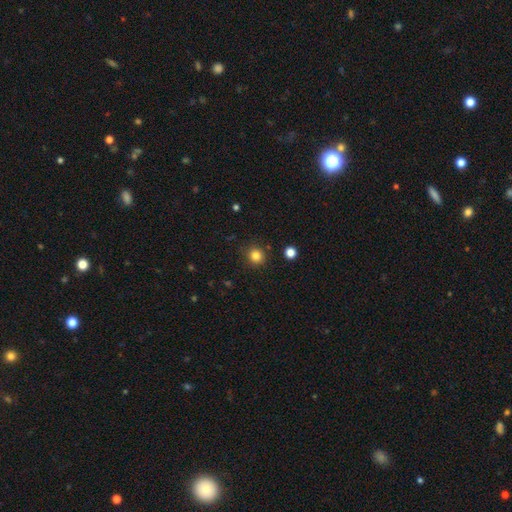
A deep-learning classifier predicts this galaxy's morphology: Smooth or featured? smooth (83%)
How rounded? round (90%)
Merging? none (87%)